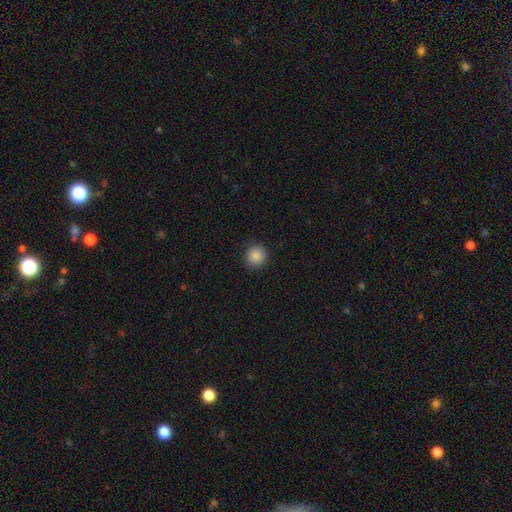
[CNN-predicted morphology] smooth 87%, star or artifact 10%, featured or disk 3%. Down the decision tree: how rounded — round (92%); merging — none (91%).